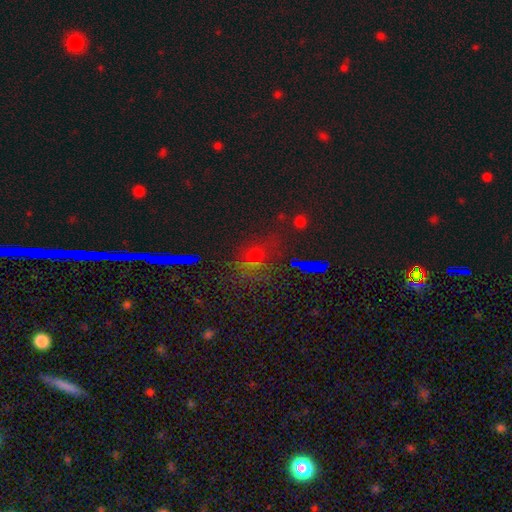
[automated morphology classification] Q: Smooth or featured?
A: star or artifact (47%); runner-up: smooth (42%)